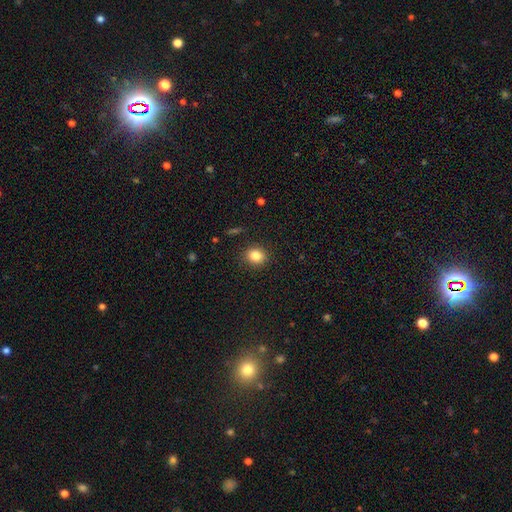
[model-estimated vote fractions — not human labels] This appears to be a smooth galaxy with no disk features (84%) that is round (77%). Merging: none (89%).